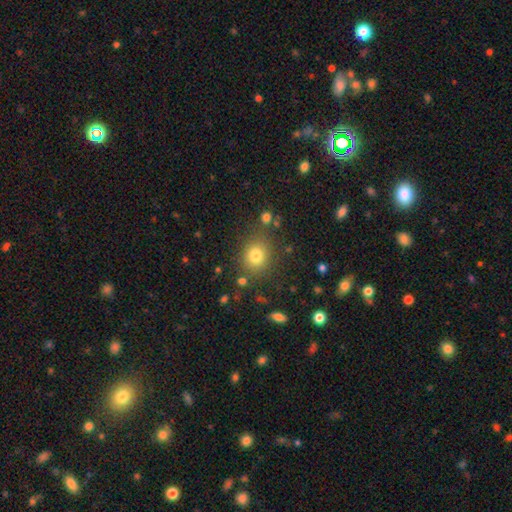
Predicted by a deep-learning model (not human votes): Smooth or featured?
  - smooth: 79% *
  - star or artifact: 14%
  - featured or disk: 8%
How rounded?
  - round: 76% *
  - in between: 23%
  - cigar-shaped: 1%
Merging?
  - none: 81% *
  - minor disturbance: 11%
  - merger: 5%
  - major disturbance: 4%